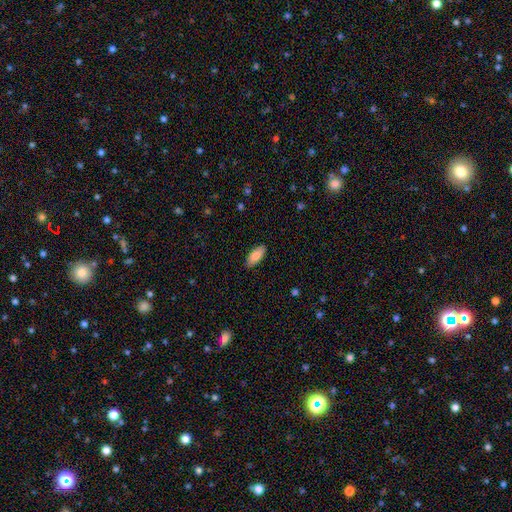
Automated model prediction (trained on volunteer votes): Smooth or featured: smooth — 86% (featured or disk — 8%)
How rounded: in between — 84% (cigar-shaped — 14%)
Merging: none — 87% (minor disturbance — 10%)